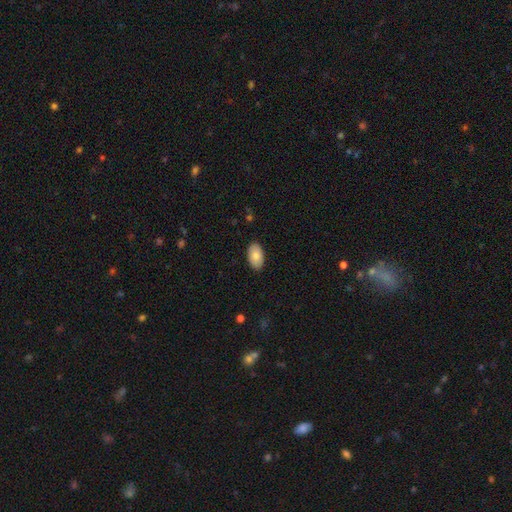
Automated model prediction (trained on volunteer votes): Smooth or featured: smooth — 82% (featured or disk — 12%)
How rounded: in between — 95% (round — 4%)
Merging: none — 88% (minor disturbance — 9%)